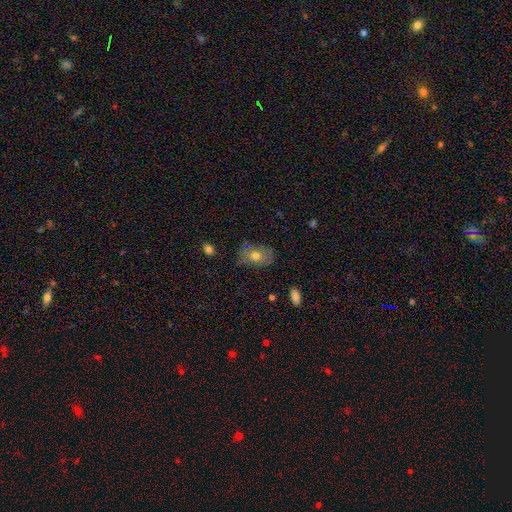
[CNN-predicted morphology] Overall: smooth (70%). How rounded: in between (79%). Merging: none (74%).